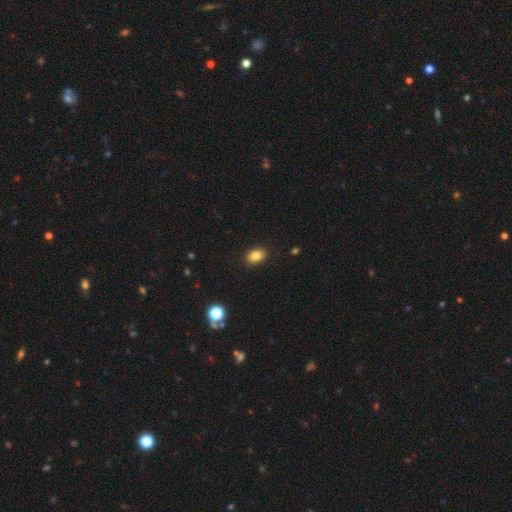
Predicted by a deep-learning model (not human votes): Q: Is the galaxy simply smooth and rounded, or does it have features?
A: smooth — 84%.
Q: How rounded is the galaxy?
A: in between — 78%.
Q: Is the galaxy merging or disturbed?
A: none — 89%.